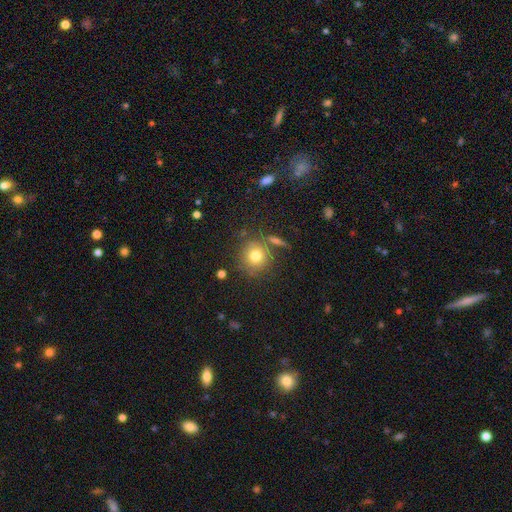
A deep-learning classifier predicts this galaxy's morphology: The model was most divided on "smooth or featured": smooth: 76%, star or artifact: 12%, featured or disk: 12%. More confident: how rounded — round (90%); merging — none (75%).